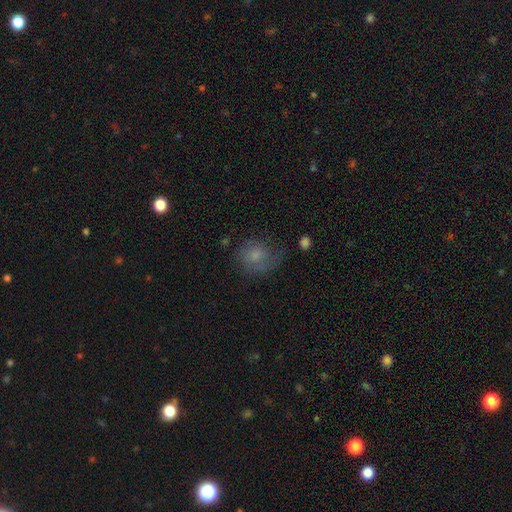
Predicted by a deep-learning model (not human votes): A smooth galaxy with no disk features (59%) that is round (70%). Merging: none (51%).